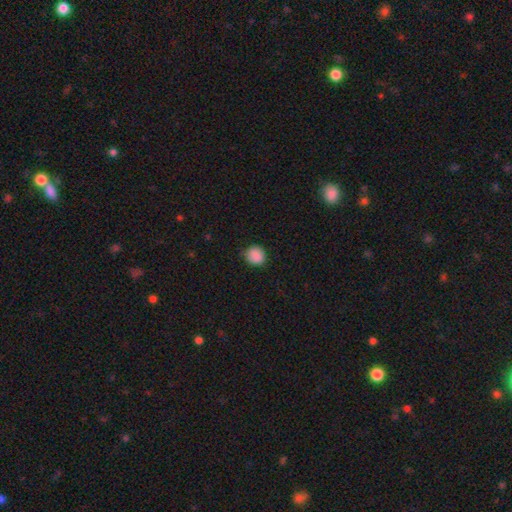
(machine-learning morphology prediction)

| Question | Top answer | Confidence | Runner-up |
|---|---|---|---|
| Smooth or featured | smooth | 88% | star or artifact (8%) |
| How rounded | round | 84% | in between (15%) |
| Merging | none | 82% | minor disturbance (14%) |